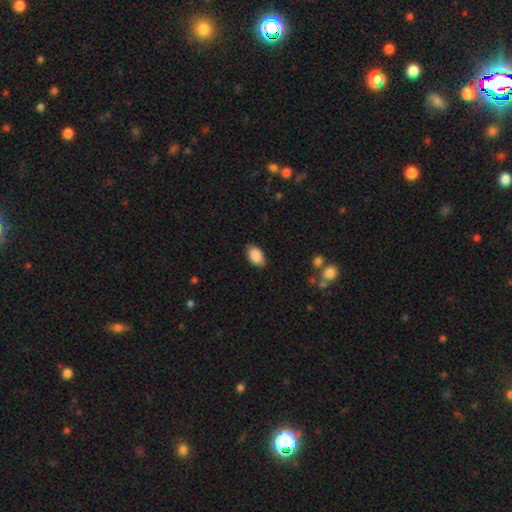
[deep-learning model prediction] smooth-or-featured: smooth: 89% | star or artifact: 7% | featured or disk: 5%
  how-rounded: in between: 93% | round: 6% | cigar-shaped: 1%
  merging: none: 84% | minor disturbance: 12% | major disturbance: 2% | merger: 1%